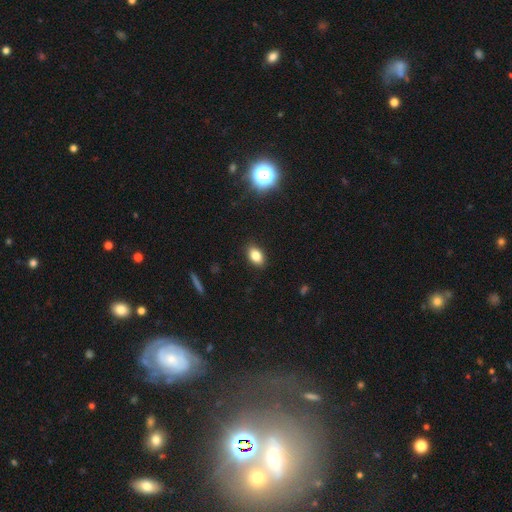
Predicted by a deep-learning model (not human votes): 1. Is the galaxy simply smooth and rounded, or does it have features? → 82% smooth, 10% star or artifact, 7% featured or disk.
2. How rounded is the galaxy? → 87% in between, 11% round, 2% cigar-shaped.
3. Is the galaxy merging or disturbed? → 88% none, 9% minor disturbance, 2% major disturbance, 1% merger.